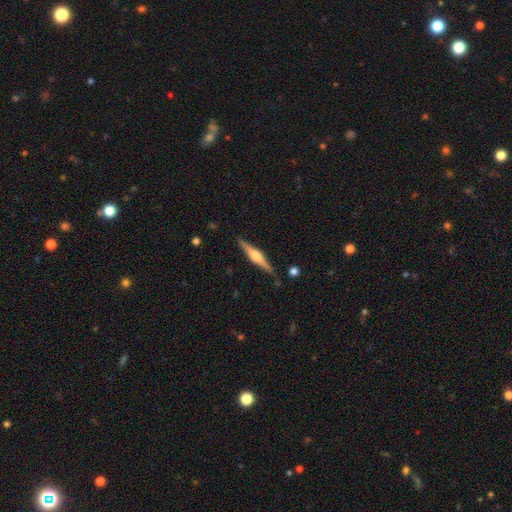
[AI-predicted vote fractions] Smooth or featured? featured or disk (77%)
Edge-on disk? yes (98%)
Edge-on bulge? rounded (84%)
Merging? none (88%)